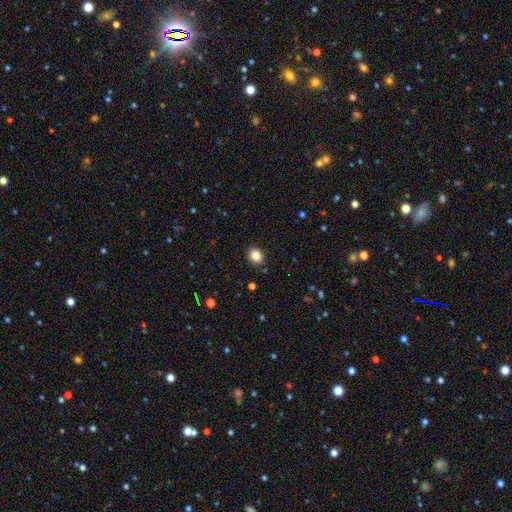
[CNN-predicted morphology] Smooth or featured: smooth — 86% (star or artifact — 10%)
How rounded: round — 66% (in between — 33%)
Merging: none — 90% (minor disturbance — 7%)